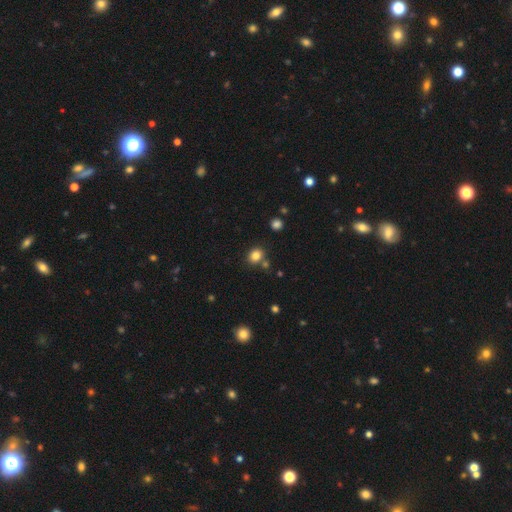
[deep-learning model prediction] Morphology: type=smooth (82%); roundness=round (58%); merging=none (75%).